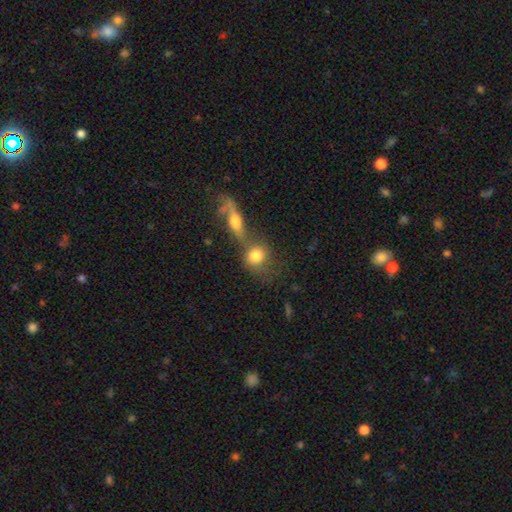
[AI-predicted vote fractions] Smooth or featured?
  - smooth: 75% *
  - featured or disk: 15%
  - star or artifact: 9%
How rounded?
  - round: 69% *
  - in between: 28%
  - cigar-shaped: 4%
Merging?
  - merger: 47% *
  - none: 36%
  - minor disturbance: 10%
  - major disturbance: 8%